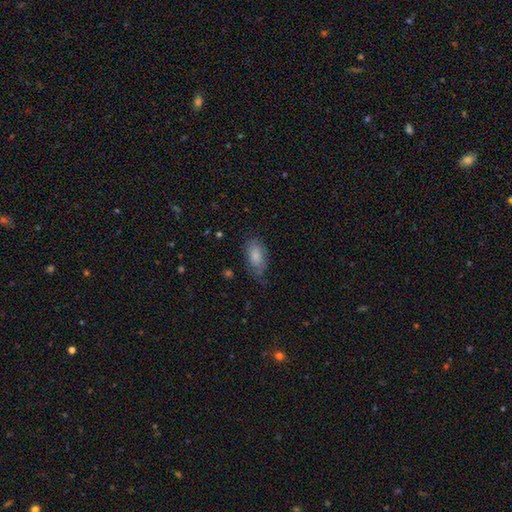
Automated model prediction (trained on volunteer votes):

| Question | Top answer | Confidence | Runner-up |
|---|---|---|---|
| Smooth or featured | smooth | 79% | featured or disk (14%) |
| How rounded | in between | 91% | cigar-shaped (5%) |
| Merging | none | 59% | minor disturbance (29%) |